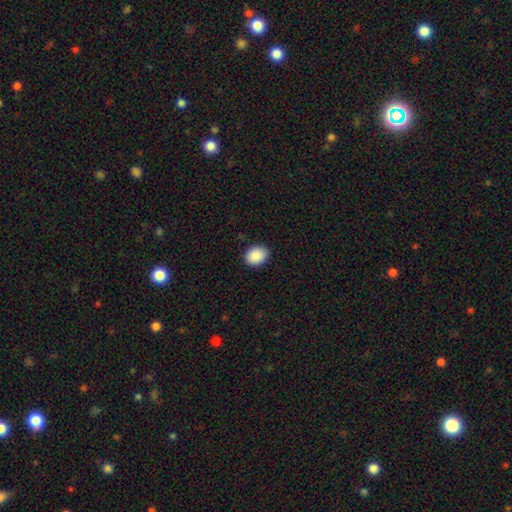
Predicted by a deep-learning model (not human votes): smooth-or-featured: smooth: 90% | star or artifact: 7% | featured or disk: 3%
  how-rounded: in between: 58% | round: 41% | cigar-shaped: 1%
  merging: none: 88% | minor disturbance: 9% | major disturbance: 2% | merger: 1%